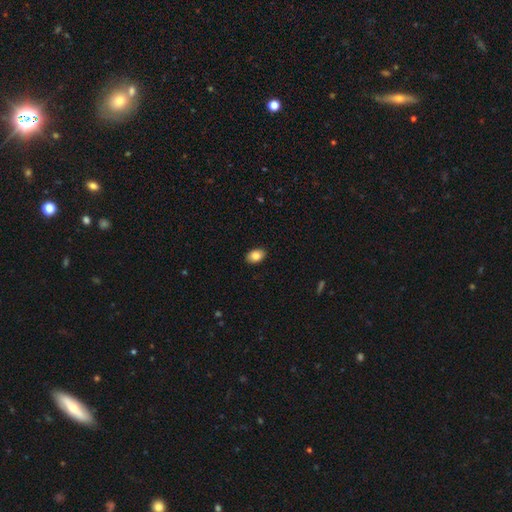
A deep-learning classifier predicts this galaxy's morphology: Smooth or featured? Predicted: smooth (p=0.84). How rounded? Predicted: in between (p=0.86). Merging? Predicted: none (p=0.90).